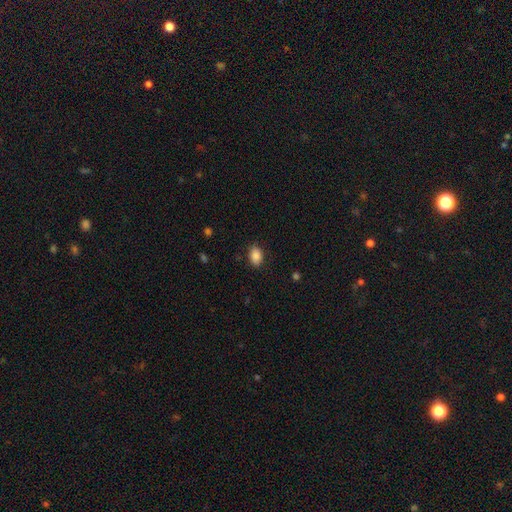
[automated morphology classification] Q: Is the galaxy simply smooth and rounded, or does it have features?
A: smooth — 87%.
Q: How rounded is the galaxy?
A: in between — 83%.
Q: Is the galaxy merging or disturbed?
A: none — 85%.